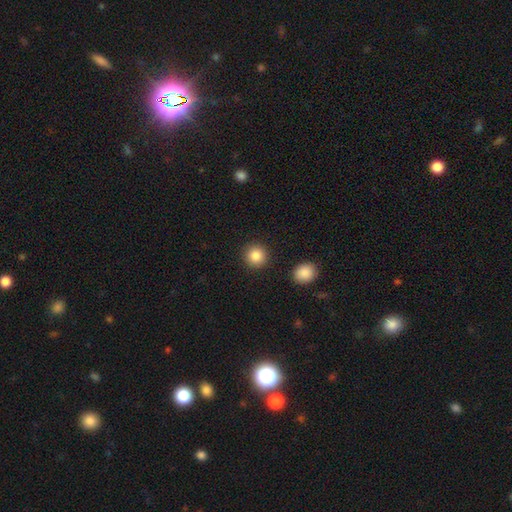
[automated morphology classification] type=smooth (86%); roundness=round (93%); merging=none (91%).